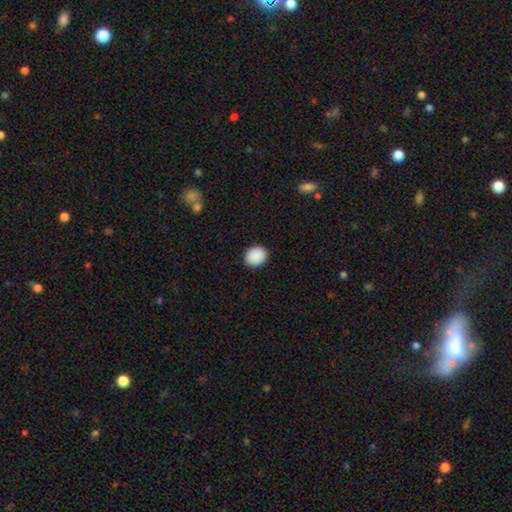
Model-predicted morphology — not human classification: smooth_or_featured: smooth (p=0.90) [alt: star or artifact p=0.08]
how_rounded: round (p=0.68) [alt: in between p=0.31]
merging: none (p=0.91) [alt: minor disturbance p=0.06]